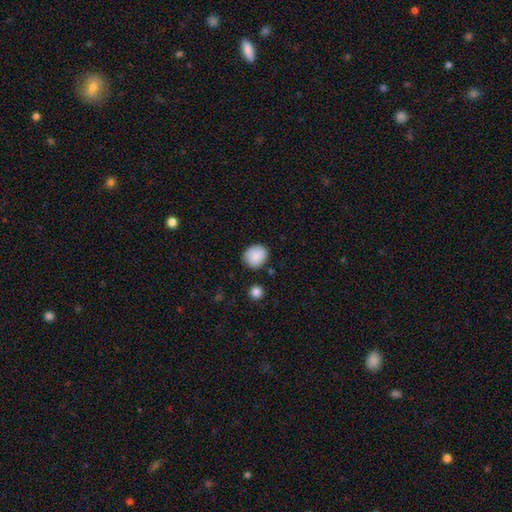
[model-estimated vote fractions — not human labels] Overall: smooth (88%). How rounded: round (73%). Merging: none (82%).